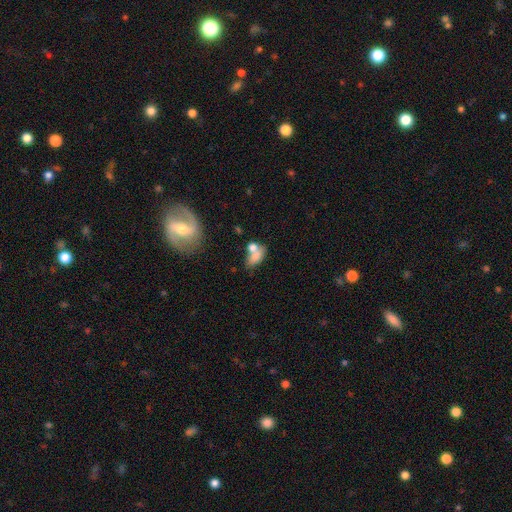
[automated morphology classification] smooth_or_featured: smooth (p=0.71) [alt: featured or disk p=0.19]
how_rounded: in between (p=0.81) [alt: round p=0.15]
merging: merger (p=0.45) [alt: none p=0.31]